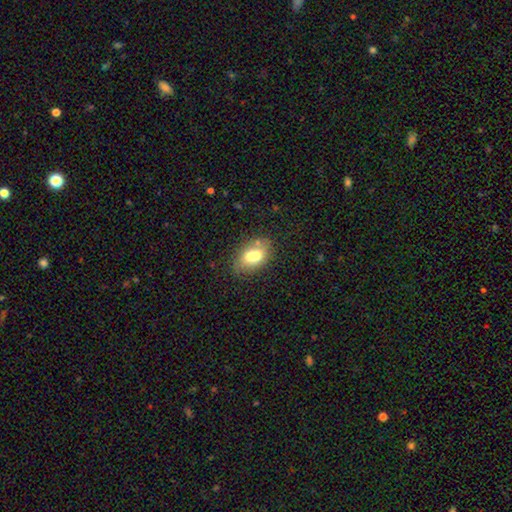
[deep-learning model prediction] Morphology: type=smooth (68%); roundness=in between (86%); merging=none (51%).